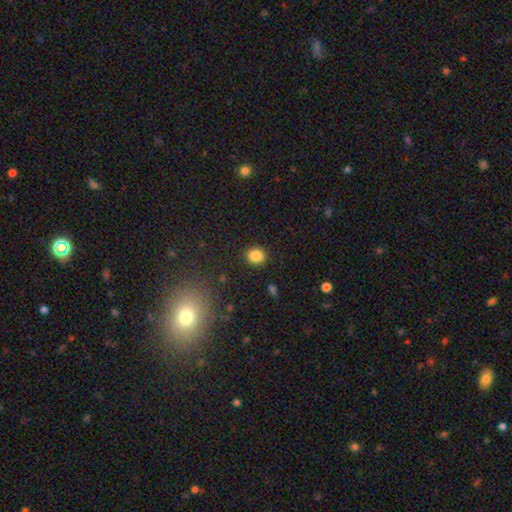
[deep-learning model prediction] Morphology: type=smooth (86%); roundness=round (74%); merging=none (89%).